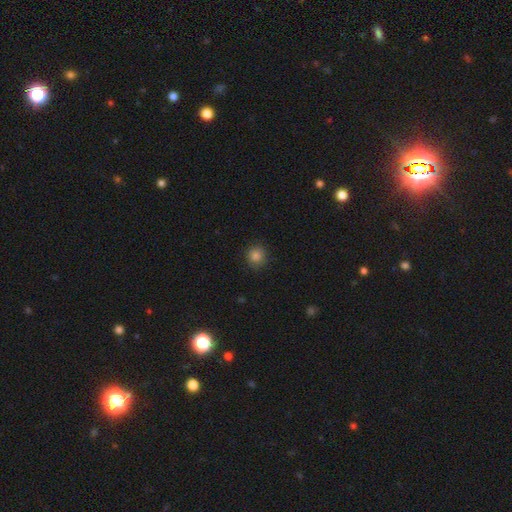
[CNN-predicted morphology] smooth_or_featured: smooth (p=0.84) [alt: star or artifact p=0.12]
how_rounded: round (p=0.91) [alt: in between p=0.08]
merging: none (p=0.88) [alt: minor disturbance p=0.08]